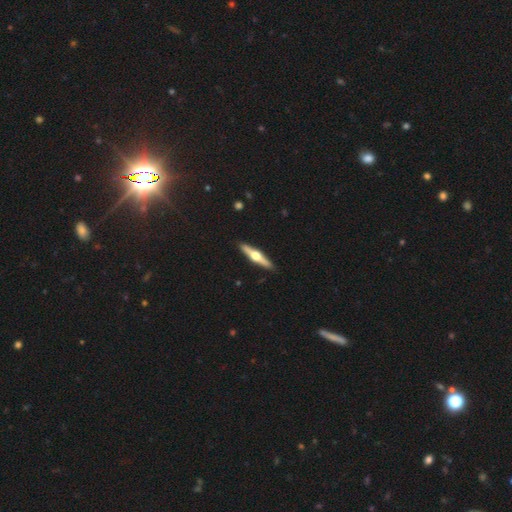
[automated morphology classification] Q: Smooth or featured?
A: featured or disk (70%); runner-up: smooth (26%)
Q: Edge-on disk?
A: yes (97%); runner-up: no (3%)
Q: Edge-on bulge?
A: rounded (96%); runner-up: boxy (3%)
Q: Merging?
A: none (92%); runner-up: minor disturbance (6%)